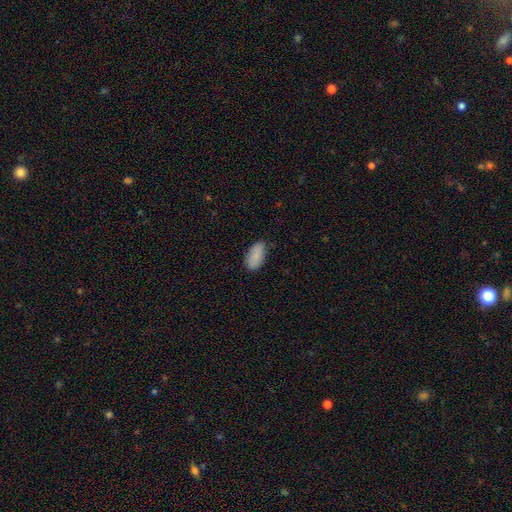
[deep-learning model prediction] smooth-or-featured: smooth: 87% | star or artifact: 7% | featured or disk: 6%
  how-rounded: in between: 93% | cigar-shaped: 4% | round: 3%
  merging: none: 78% | minor disturbance: 18% | major disturbance: 3% | merger: 1%